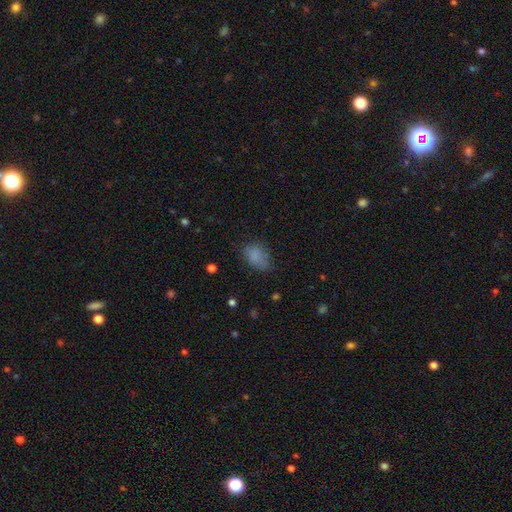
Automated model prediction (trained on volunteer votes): Smooth or featured?
  - smooth: 81% *
  - star or artifact: 11%
  - featured or disk: 8%
How rounded?
  - in between: 80% *
  - round: 19%
  - cigar-shaped: 1%
Merging?
  - none: 60% *
  - minor disturbance: 28%
  - major disturbance: 10%
  - merger: 2%